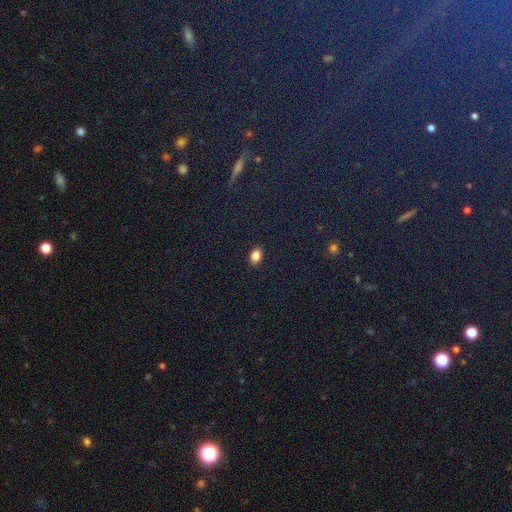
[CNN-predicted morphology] Smooth or featured: smooth — 86% (star or artifact — 10%)
How rounded: in between — 80% (round — 19%)
Merging: none — 89% (minor disturbance — 8%)